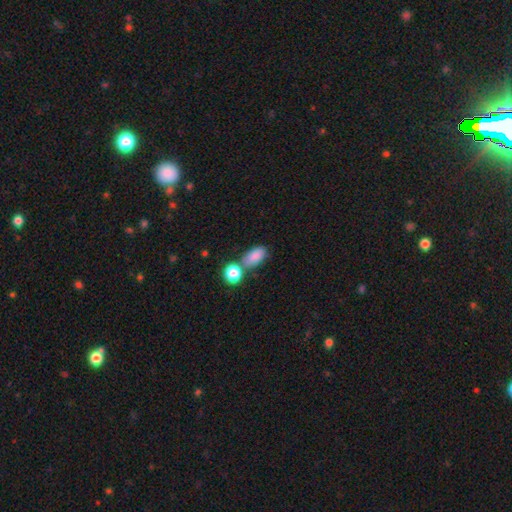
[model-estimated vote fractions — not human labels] Overall: smooth (85%). How rounded: in between (88%). Merging: none (57%; merger 23%).